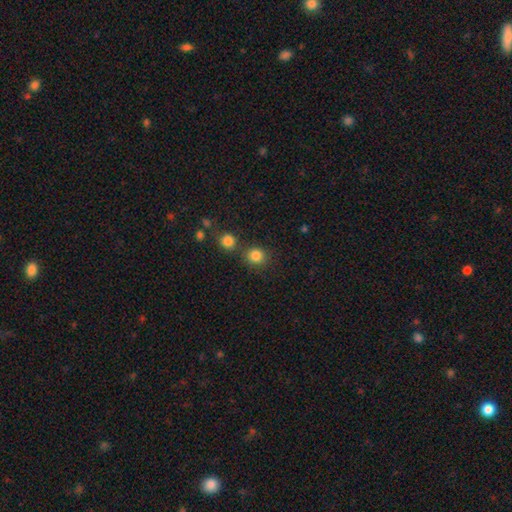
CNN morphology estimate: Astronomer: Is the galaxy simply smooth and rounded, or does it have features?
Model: smooth — 83%.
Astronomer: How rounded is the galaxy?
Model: round — 86%.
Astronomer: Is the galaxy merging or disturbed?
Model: none — 74%.